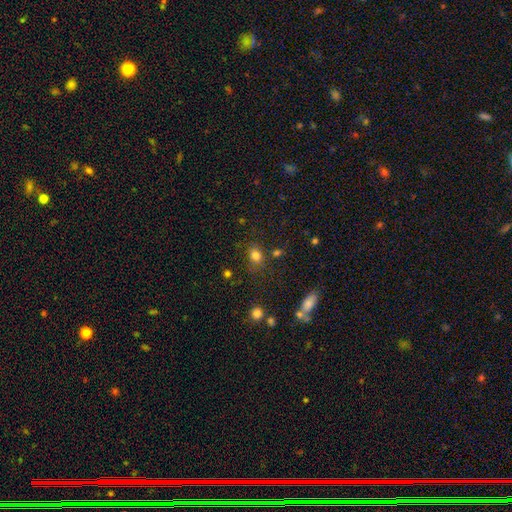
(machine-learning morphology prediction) Smooth or featured? Predicted: smooth (p=0.80). How rounded? Predicted: round (p=0.50). Merging? Predicted: none (p=0.74).